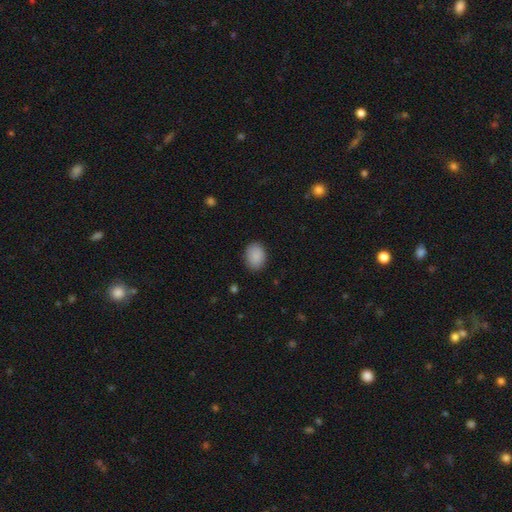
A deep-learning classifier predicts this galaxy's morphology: Overall: smooth (89%). How rounded: in between (65%; round 34%). Merging: none (86%).